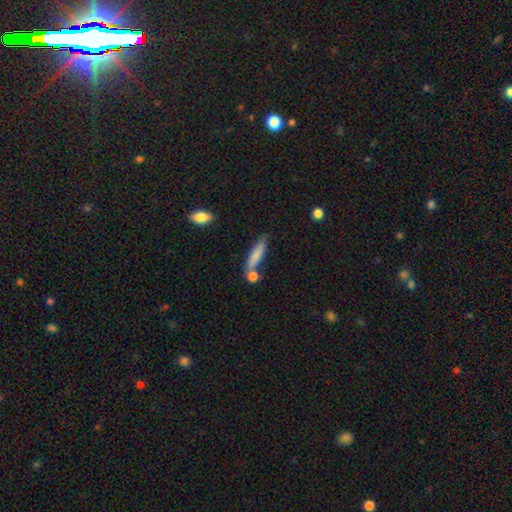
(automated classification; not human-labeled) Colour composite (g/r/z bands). It shows a smooth galaxy with no disk features (76%) that is cigar-shaped (77%). Merging: none (62%).